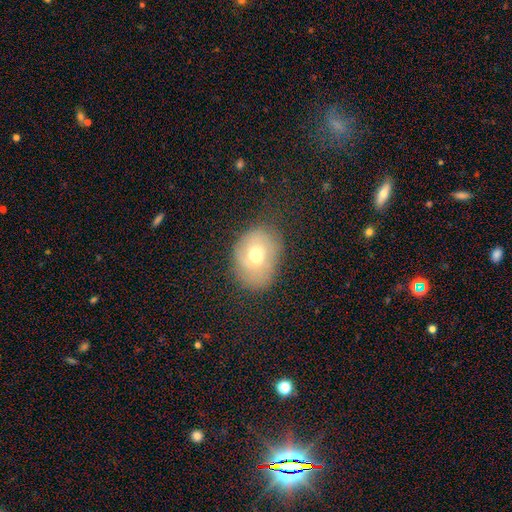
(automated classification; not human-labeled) Smooth or featured?
  - smooth: 63% *
  - featured or disk: 27%
  - star or artifact: 10%
How rounded?
  - in between: 64% *
  - round: 35%
  - cigar-shaped: 1%
Merging?
  - none: 69% *
  - minor disturbance: 21%
  - major disturbance: 9%
  - merger: 1%